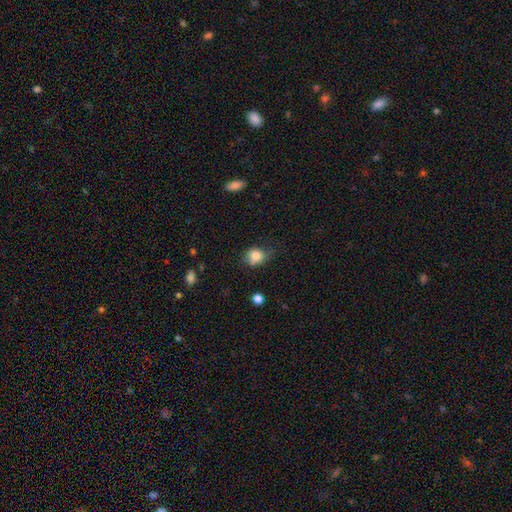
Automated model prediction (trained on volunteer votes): Morphology: type=smooth (81%); roundness=round (63%); merging=none (57%).